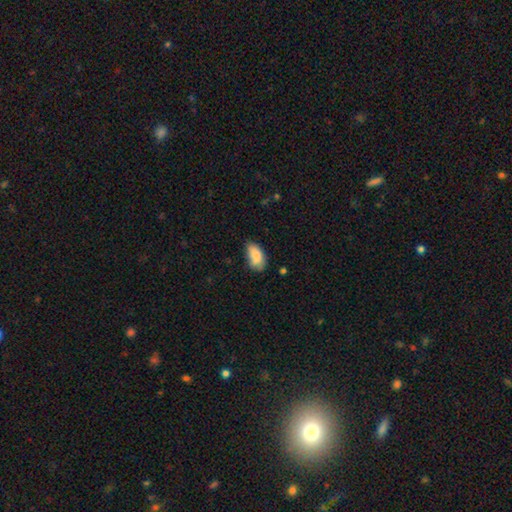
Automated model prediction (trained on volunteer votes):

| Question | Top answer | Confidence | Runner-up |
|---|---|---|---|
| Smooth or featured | smooth | 85% | star or artifact (7%) |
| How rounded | in between | 93% | round (4%) |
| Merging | none | 60% | minor disturbance (30%) |